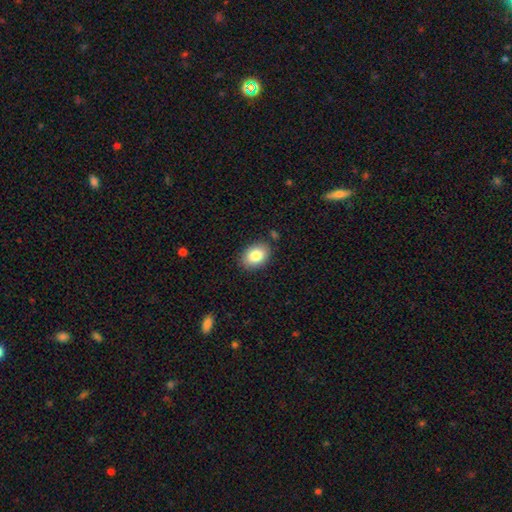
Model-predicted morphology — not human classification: This appears to be a smooth galaxy with no disk features (84%) that is in between round and cigar-shaped (82%). Merging: none (86%).